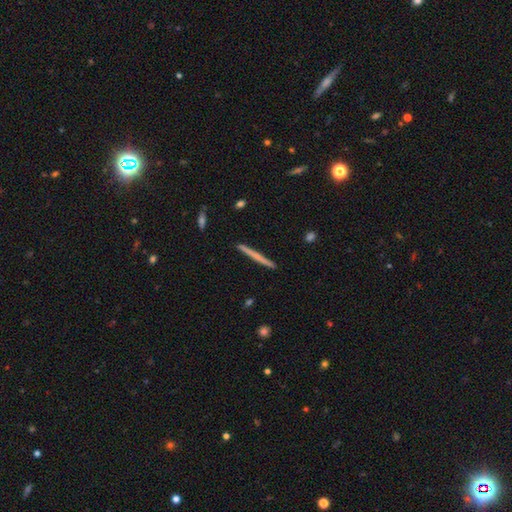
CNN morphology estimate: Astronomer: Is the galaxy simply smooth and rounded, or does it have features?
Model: smooth — 51% (runner-up: featured or disk, 43%).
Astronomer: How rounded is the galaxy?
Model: cigar-shaped — 97%.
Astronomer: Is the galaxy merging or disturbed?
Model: none — 92%.